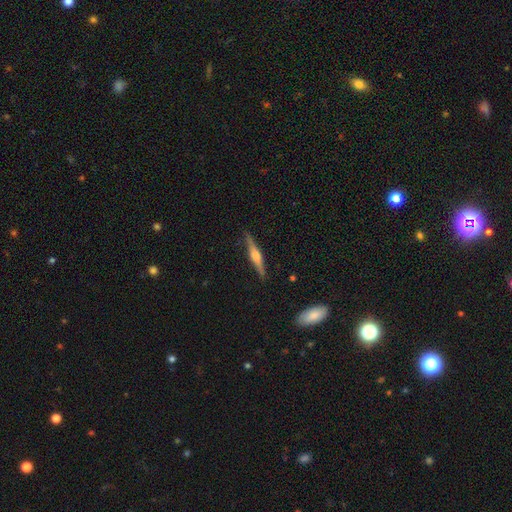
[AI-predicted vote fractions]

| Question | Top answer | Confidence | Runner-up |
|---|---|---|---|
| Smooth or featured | featured or disk | 70% | smooth (24%) |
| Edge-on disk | yes | 98% | no (2%) |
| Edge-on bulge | rounded | 78% | boxy (16%) |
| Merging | none | 88% | minor disturbance (9%) |